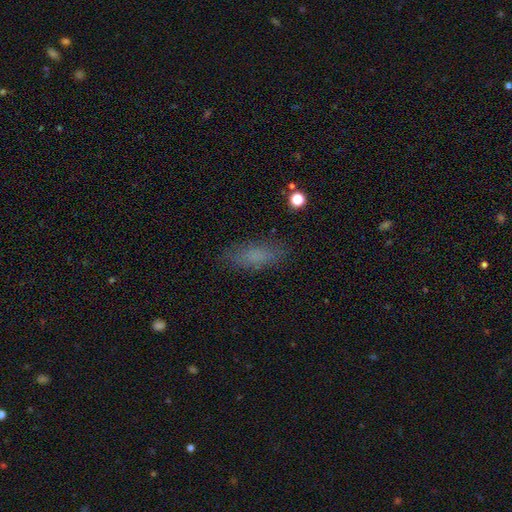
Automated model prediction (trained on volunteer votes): Morphology: type=smooth (75%); roundness=in between (65%); merging=none (80%).